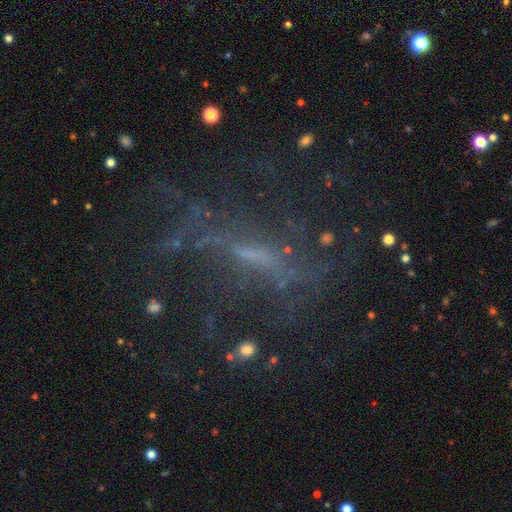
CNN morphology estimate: Smooth or featured?
  - featured or disk: 62% *
  - star or artifact: 23%
  - smooth: 15%
Edge-on disk?
  - no: 76% *
  - yes: 24%
Merging?
  - none: 58% *
  - major disturbance: 22%
  - minor disturbance: 16%
  - merger: 4%